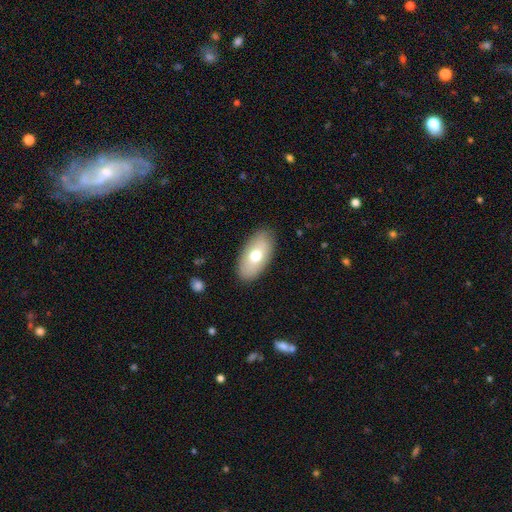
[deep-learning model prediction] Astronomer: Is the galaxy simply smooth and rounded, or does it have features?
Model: smooth — 69%.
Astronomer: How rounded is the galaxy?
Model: in between — 93%.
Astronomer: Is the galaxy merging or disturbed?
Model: none — 86%.